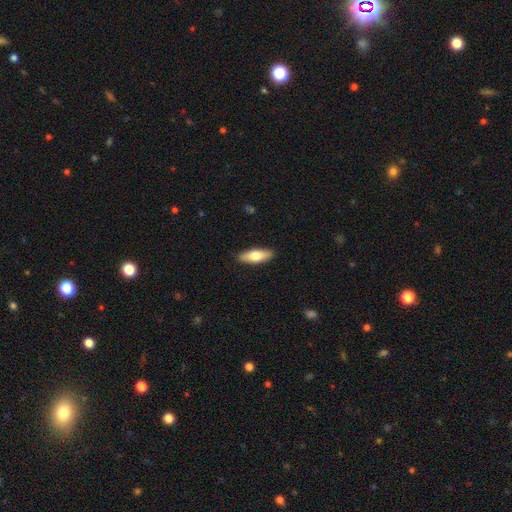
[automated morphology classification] Smooth or featured?
  - smooth: 72% *
  - featured or disk: 23%
  - star or artifact: 6%
How rounded?
  - in between: 63% *
  - cigar-shaped: 35%
  - round: 2%
Merging?
  - none: 89% *
  - minor disturbance: 8%
  - major disturbance: 2%
  - merger: 1%